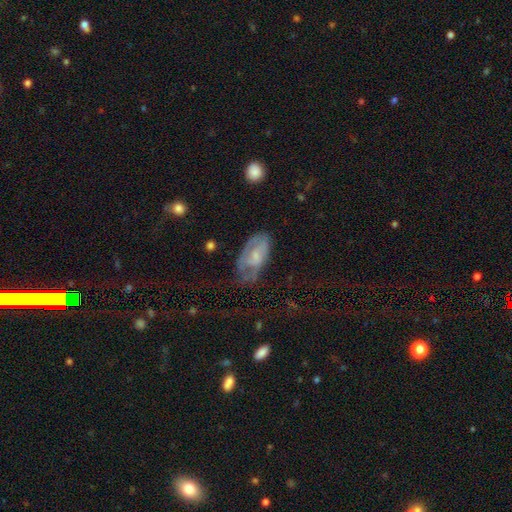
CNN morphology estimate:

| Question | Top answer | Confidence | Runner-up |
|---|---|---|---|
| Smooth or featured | featured or disk | 52% | smooth (39%) |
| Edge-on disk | no | 93% | yes (7%) |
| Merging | none | 45% | minor disturbance (31%) |